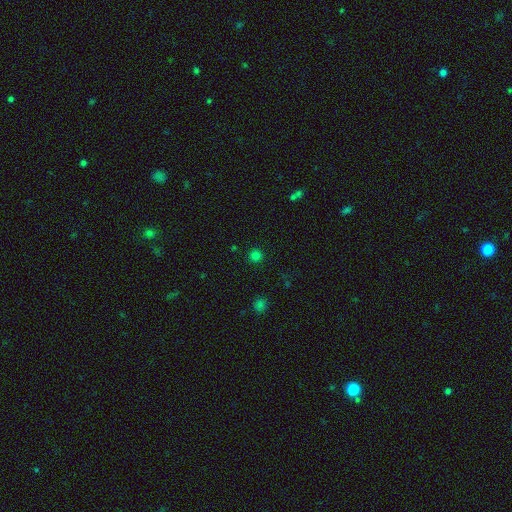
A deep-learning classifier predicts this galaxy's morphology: smooth-or-featured: smooth: 78% | star or artifact: 18% | featured or disk: 4%
  how-rounded: round: 95% | in between: 4% | cigar-shaped: 1%
  merging: none: 92% | minor disturbance: 5% | major disturbance: 2% | merger: 1%